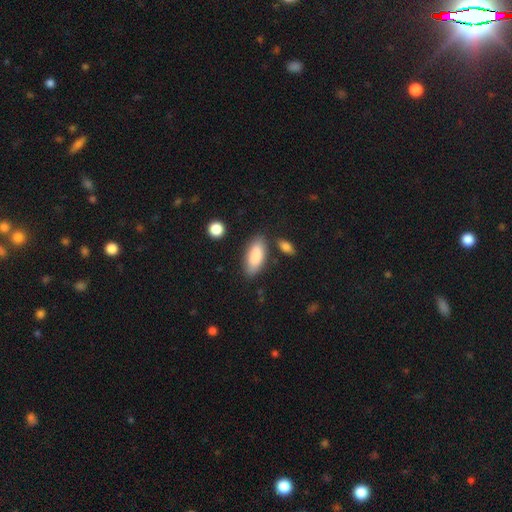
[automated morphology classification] The model was most divided on "merging": none: 79%, minor disturbance: 13%, merger: 5%, major disturbance: 3%. More confident: smooth or featured — smooth (86%); how rounded — in between (86%).